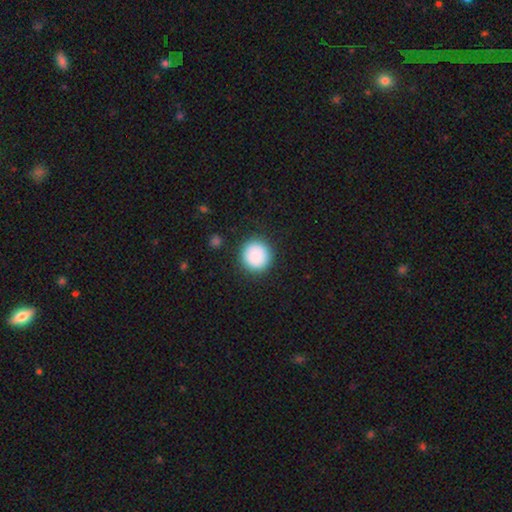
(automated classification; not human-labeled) Overall: smooth (89%). How rounded: round (93%). Merging: none (90%).